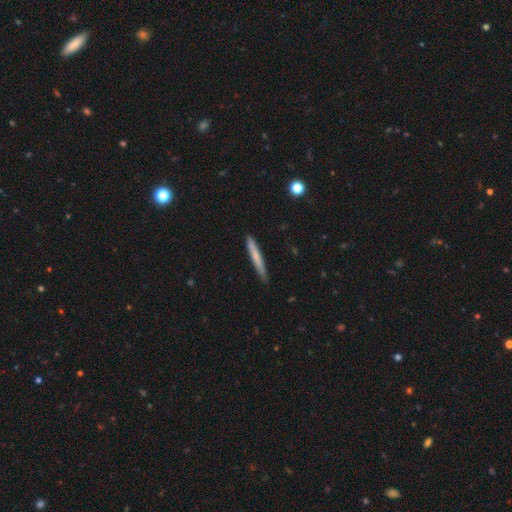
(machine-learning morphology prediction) Smooth or featured? smooth (65%)
How rounded? cigar-shaped (96%)
Merging? none (83%)